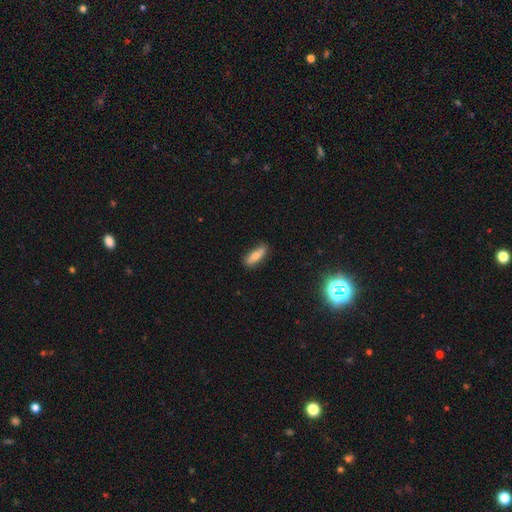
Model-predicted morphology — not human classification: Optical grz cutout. It shows a smooth galaxy with no disk features (76%) that is cigar-shaped (51%). Merging: none (81%).